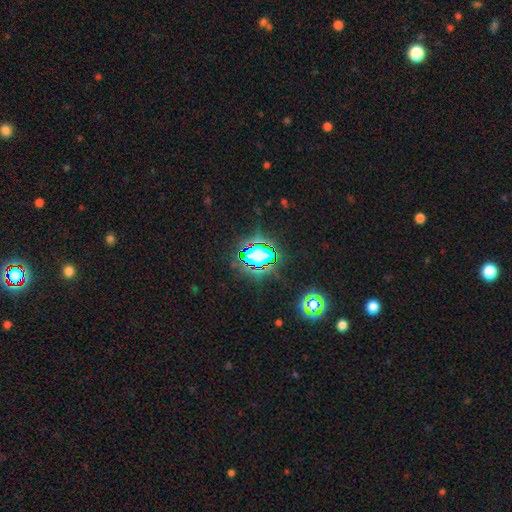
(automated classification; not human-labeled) Smooth or featured? Predicted: star or artifact (p=0.78).